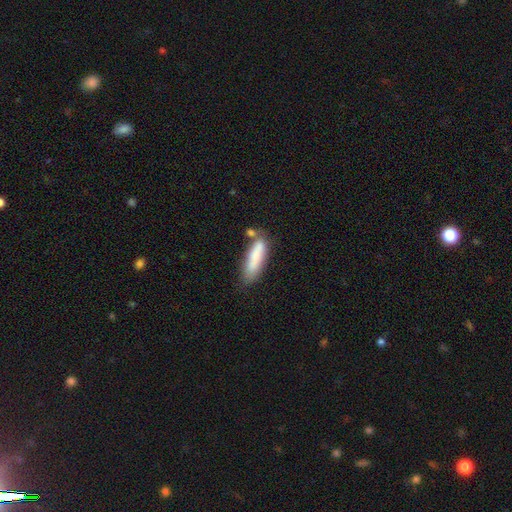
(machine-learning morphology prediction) Q: Smooth or featured?
A: smooth (80%); runner-up: featured or disk (14%)
Q: How rounded?
A: cigar-shaped (64%); runner-up: in between (35%)
Q: Merging?
A: none (54%); runner-up: minor disturbance (22%)